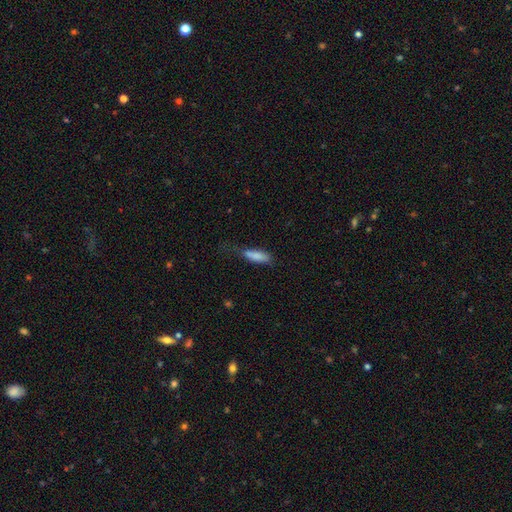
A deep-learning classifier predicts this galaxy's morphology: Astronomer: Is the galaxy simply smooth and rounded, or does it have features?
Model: smooth — 82%.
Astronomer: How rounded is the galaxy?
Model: cigar-shaped — 49%, tied with in between at 49%.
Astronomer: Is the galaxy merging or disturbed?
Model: none — 45% (runner-up: minor disturbance, 34%).